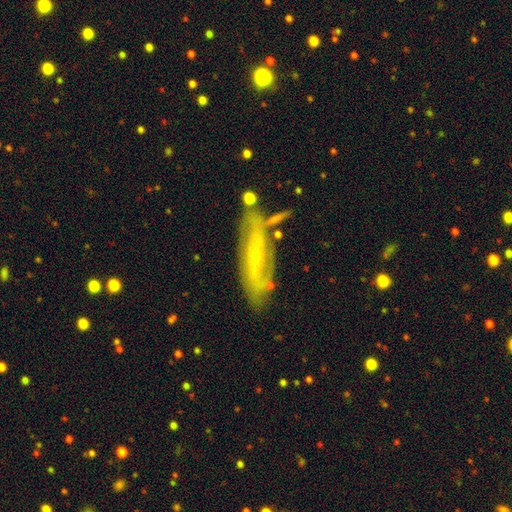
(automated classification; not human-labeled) The model was most divided on "edge-on disk": no: 64%, yes: 36%. More confident: merging — none (68%); smooth or featured — featured or disk (67%).